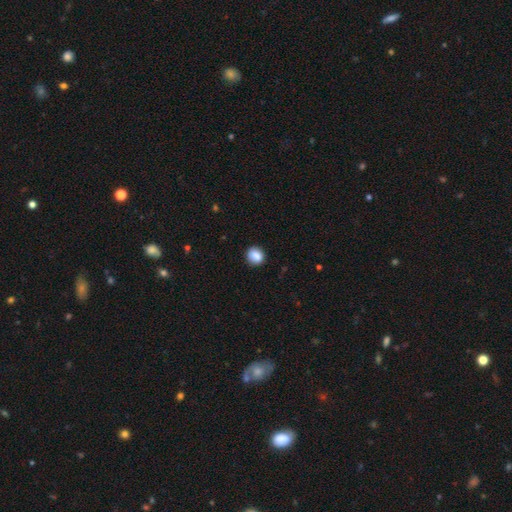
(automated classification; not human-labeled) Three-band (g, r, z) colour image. It shows a smooth galaxy with no disk features (85%) that is round (73%). Merging: none (87%).